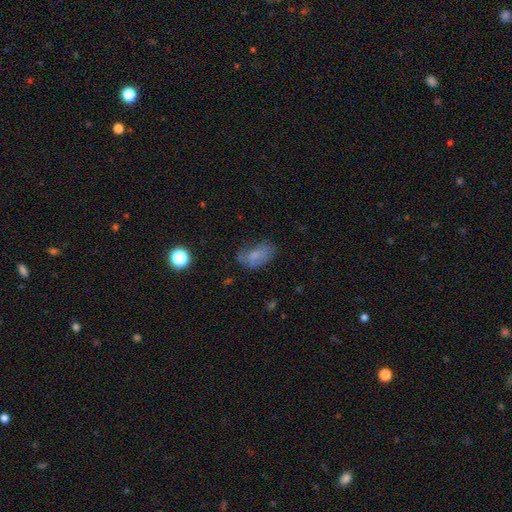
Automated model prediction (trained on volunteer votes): Q: Smooth or featured?
A: smooth (68%); runner-up: featured or disk (20%)
Q: How rounded?
A: in between (89%); runner-up: round (9%)
Q: Merging?
A: none (51%); runner-up: minor disturbance (30%)